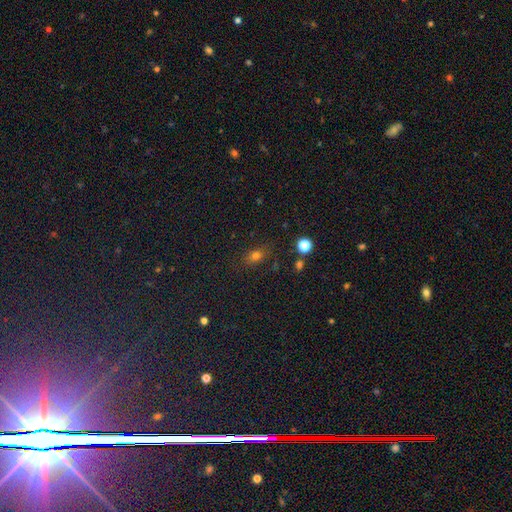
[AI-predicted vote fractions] Morphology: type=smooth (73%); roundness=in between (67%); merging=none (81%).